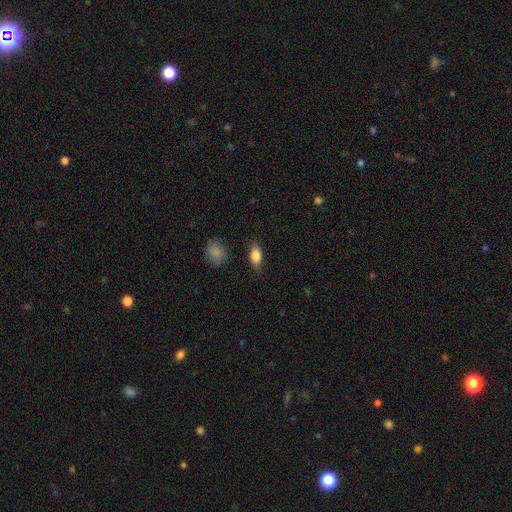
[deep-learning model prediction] Overall: smooth (82%). How rounded: in between (84%). Merging: none (79%).